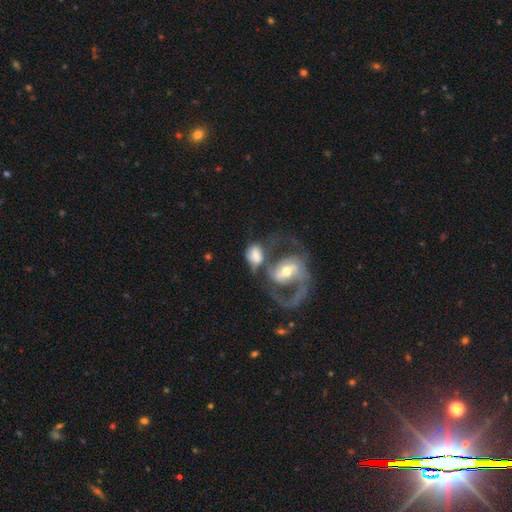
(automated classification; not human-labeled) Smooth or featured: featured or disk — 55% (smooth — 37%)
Edge-on disk: no — 95% (yes — 5%)
Bar: no — 41% (weak — 36%)
Spiral arms: yes — 72% (no — 28%)
Bulge size: moderate — 57% (small — 24%)
Merging: merger — 57% (major disturbance — 18%)